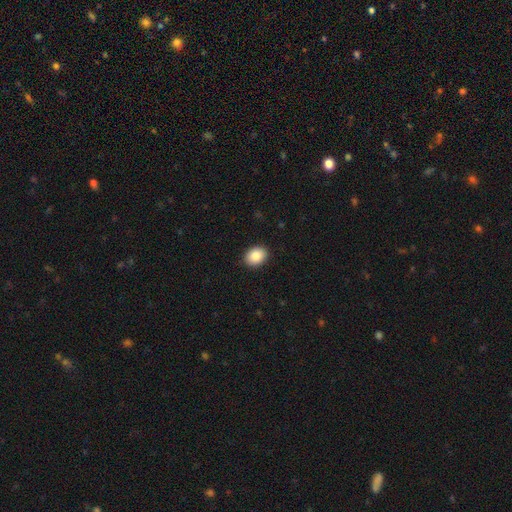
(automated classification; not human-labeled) The model was most divided on "how rounded": in between: 61%, round: 38%, cigar-shaped: 1%. More confident: merging — none (90%); smooth or featured — smooth (88%).